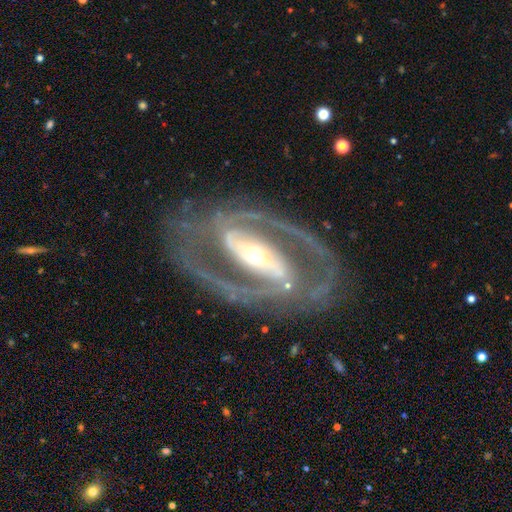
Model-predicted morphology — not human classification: Smooth or featured? featured or disk (92%)
Edge-on disk? no (96%)
Bar? strong (66%)
Spiral arms? yes (97%)
Spiral winding? medium (54%)
Spiral arm count? 2 (92%)
Bulge size? moderate (59%)
Merging? none (79%)